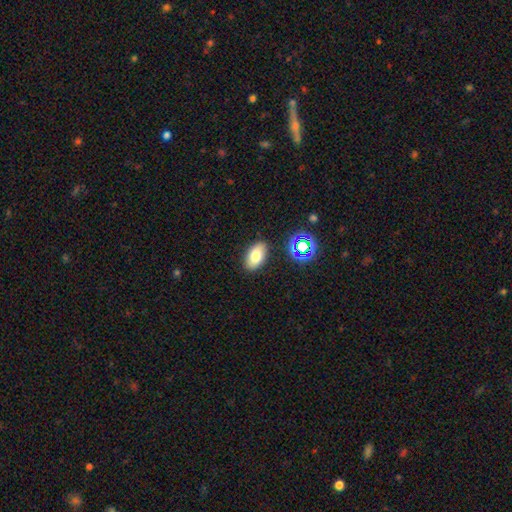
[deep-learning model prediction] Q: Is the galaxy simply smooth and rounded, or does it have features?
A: smooth — 75%.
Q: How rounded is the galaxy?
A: in between — 91%.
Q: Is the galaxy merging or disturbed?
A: none — 86%.